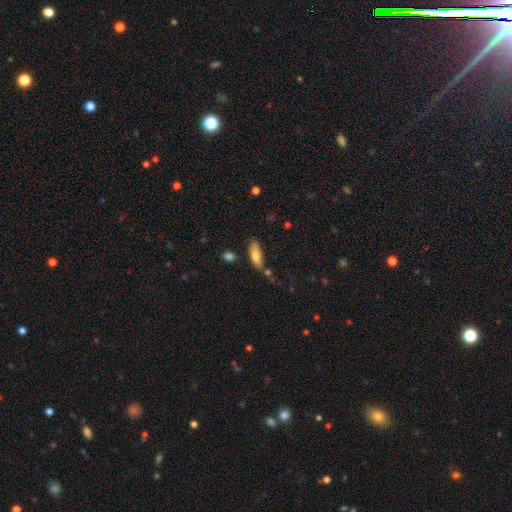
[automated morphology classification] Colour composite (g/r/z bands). It shows a smooth galaxy with no disk features (84%) that is in between round and cigar-shaped (71%). Merging: none (57%).